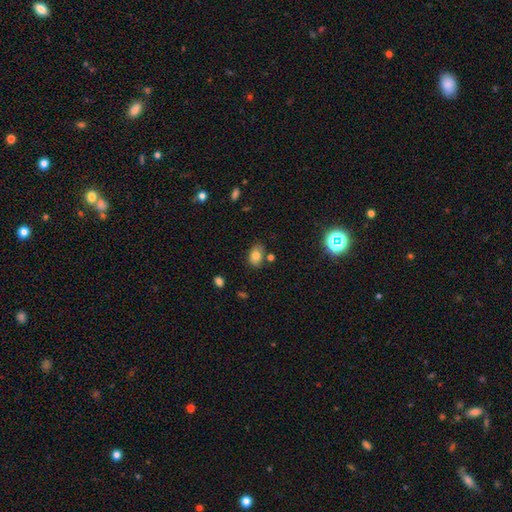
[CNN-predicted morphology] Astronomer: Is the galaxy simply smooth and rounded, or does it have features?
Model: smooth — 79%.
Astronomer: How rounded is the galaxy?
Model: in between — 83%.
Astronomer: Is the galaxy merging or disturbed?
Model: none — 75%.